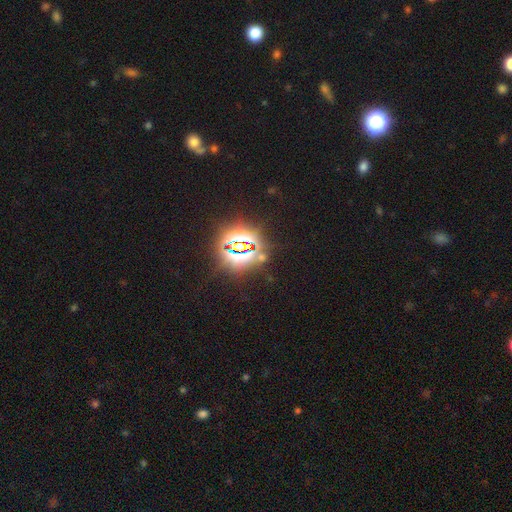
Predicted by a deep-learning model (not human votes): Overall: star or artifact (80%).